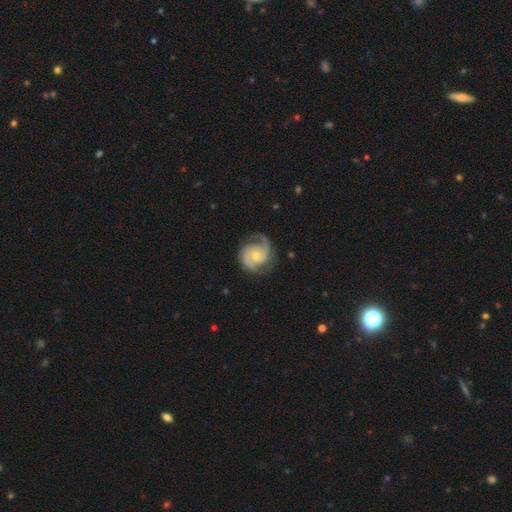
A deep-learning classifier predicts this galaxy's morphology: Smooth or featured?
  - featured or disk: 89% *
  - smooth: 6%
  - star or artifact: 5%
Edge-on disk?
  - no: 98% *
  - yes: 2%
Bar?
  - no: 68% *
  - weak: 26%
  - strong: 5%
Spiral arms?
  - yes: 98% *
  - no: 2%
Spiral winding?
  - medium: 49% *
  - tight: 39%
  - loose: 12%
Spiral arm count?
  - 2: 81% *
  - 3: 8%
  - can't tell: 5%
  - 1: 3%
  - 4: 2%
  - more than 4: 2%
Bulge size?
  - moderate: 51% *
  - small: 46%
  - large: 2%
  - none: 1%
  - dominant: 1%
Merging?
  - none: 75% *
  - minor disturbance: 17%
  - major disturbance: 7%
  - merger: 1%